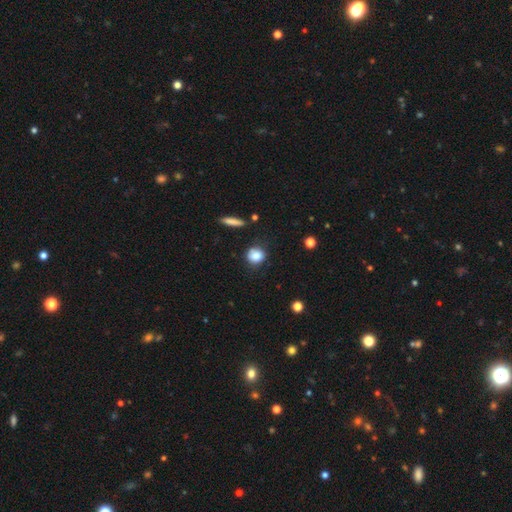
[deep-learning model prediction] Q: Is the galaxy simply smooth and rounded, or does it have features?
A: smooth — 82%.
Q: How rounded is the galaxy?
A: round — 80%.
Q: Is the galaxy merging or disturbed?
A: none — 78%.